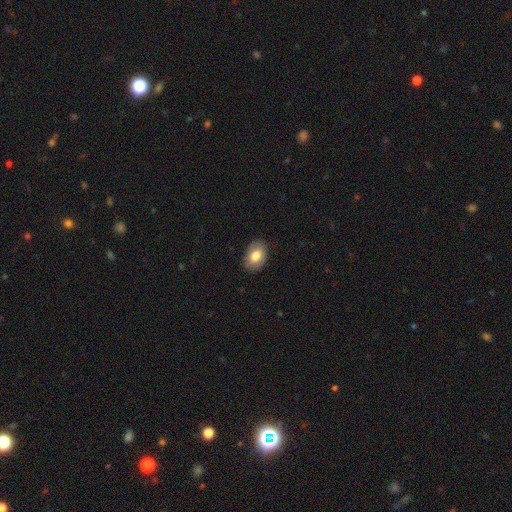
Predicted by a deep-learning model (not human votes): This is likely a smooth galaxy (75%). How rounded: clearly in between (82%). Merging: clearly none (84%).